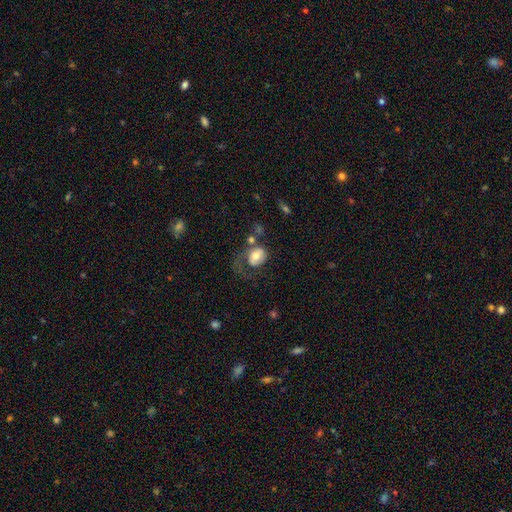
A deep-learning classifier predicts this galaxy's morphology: Smooth or featured? Predicted: smooth (p=0.60). How rounded? Predicted: round (p=0.51). Merging? Predicted: major disturbance (p=0.43).